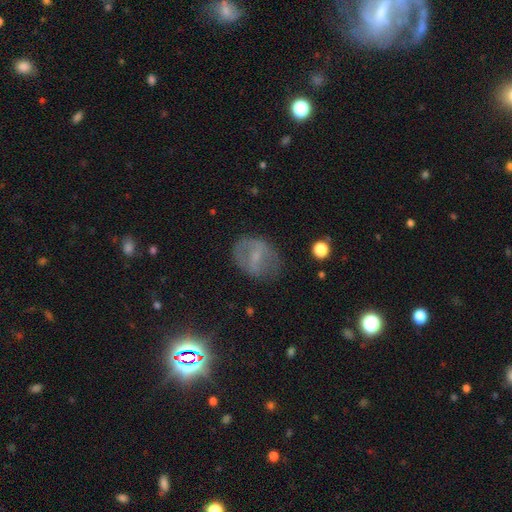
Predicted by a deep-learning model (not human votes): featured or disk 46%, smooth 42%, star or artifact 11%. Down the decision tree: merging — none (66%).